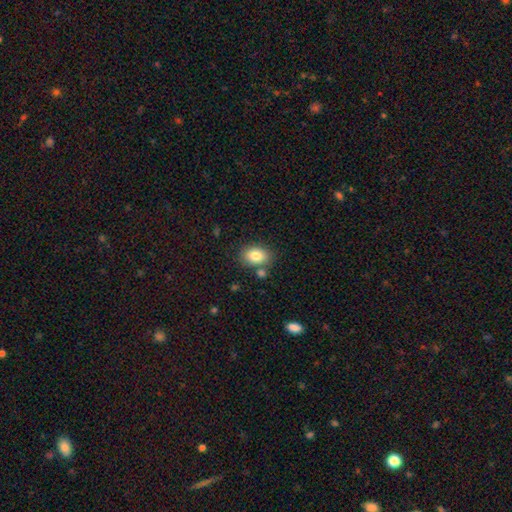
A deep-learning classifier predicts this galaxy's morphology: smooth_or_featured: smooth (p=0.82) [alt: featured or disk p=0.09]
how_rounded: in between (p=0.75) [alt: round p=0.24]
merging: none (p=0.75) [alt: minor disturbance p=0.12]